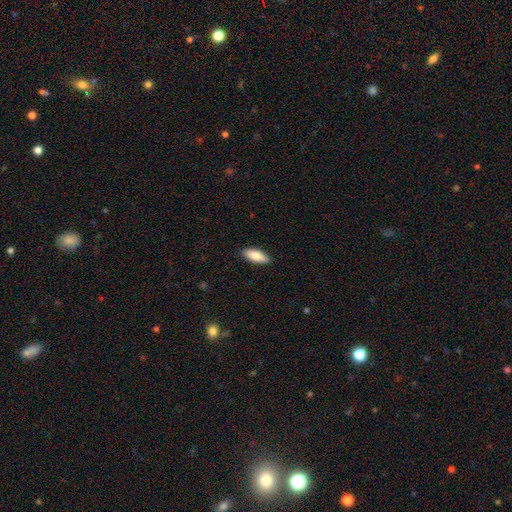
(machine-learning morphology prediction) Smooth or featured: smooth — 77% (featured or disk — 17%)
How rounded: in between — 74% (cigar-shaped — 23%)
Merging: none — 89% (minor disturbance — 8%)